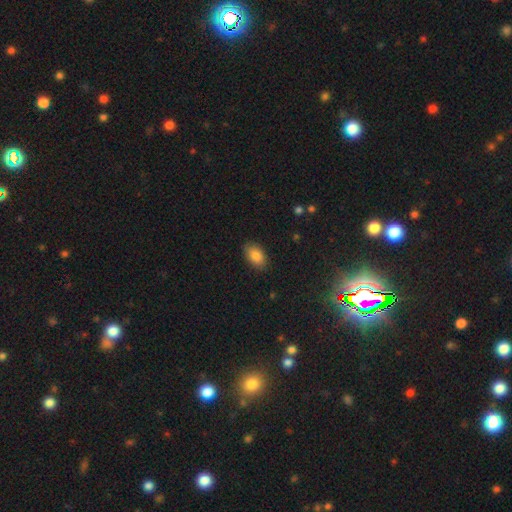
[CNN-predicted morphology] The model was most divided on "merging": none: 86%, minor disturbance: 10%, major disturbance: 2%, merger: 1%. More confident: how rounded — in between (91%); smooth or featured — smooth (86%).